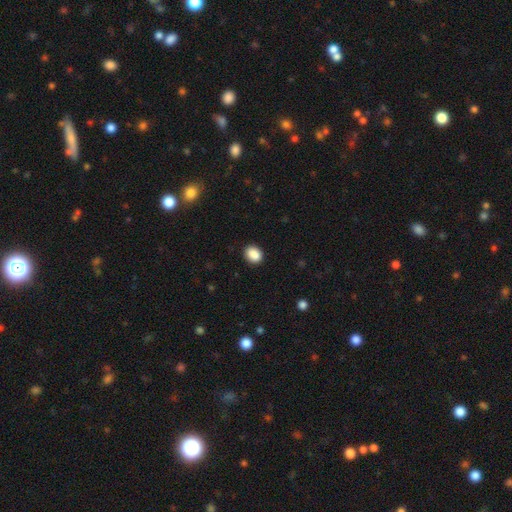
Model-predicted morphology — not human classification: type=smooth (89%); roundness=in between (55%); merging=none (89%).